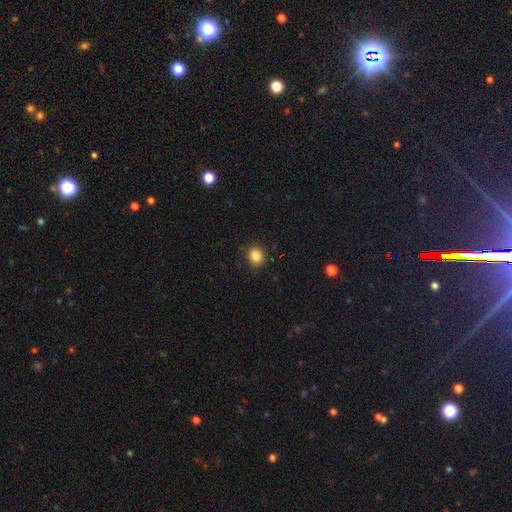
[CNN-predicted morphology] type=smooth (84%); roundness=round (75%); merging=none (89%).